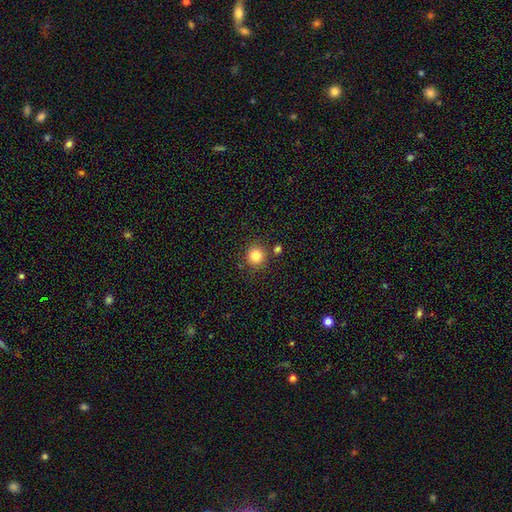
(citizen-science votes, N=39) Smooth or featured? 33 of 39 (85%) said smooth. How rounded? 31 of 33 (94%) said round. Merging? 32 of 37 (86%) said none.